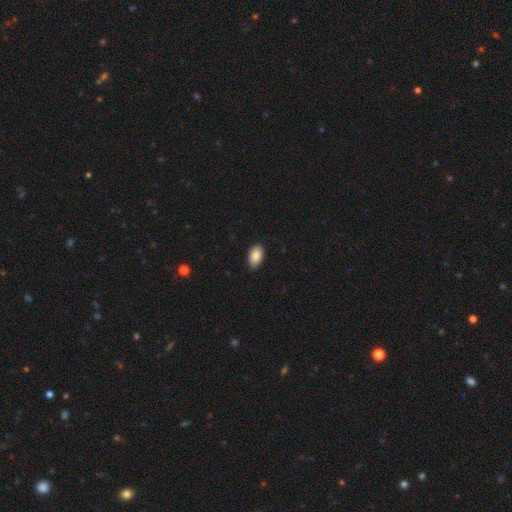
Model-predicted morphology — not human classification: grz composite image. It shows a smooth galaxy with no disk features (86%) that is in between round and cigar-shaped (93%). Merging: none (84%).